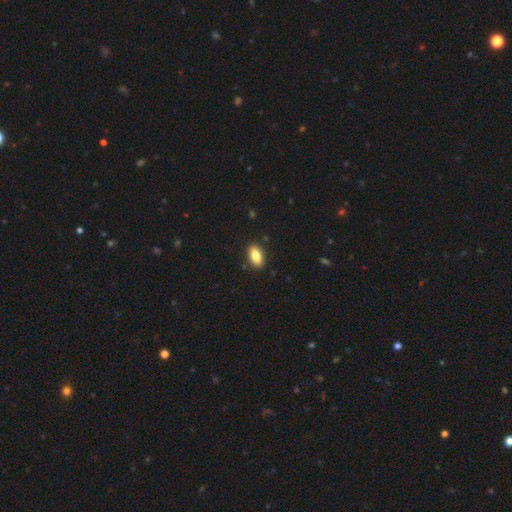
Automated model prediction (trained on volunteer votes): Smooth or featured? smooth (83%)
How rounded? in between (91%)
Merging? none (89%)